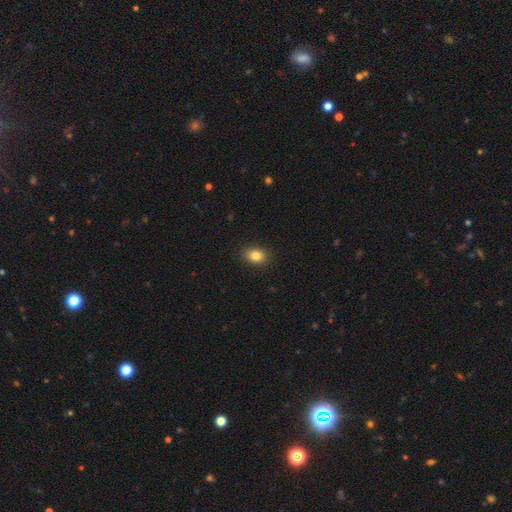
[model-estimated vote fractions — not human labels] This is clearly a smooth galaxy (84%). How rounded: likely in between (66%). Merging: clearly none (89%).